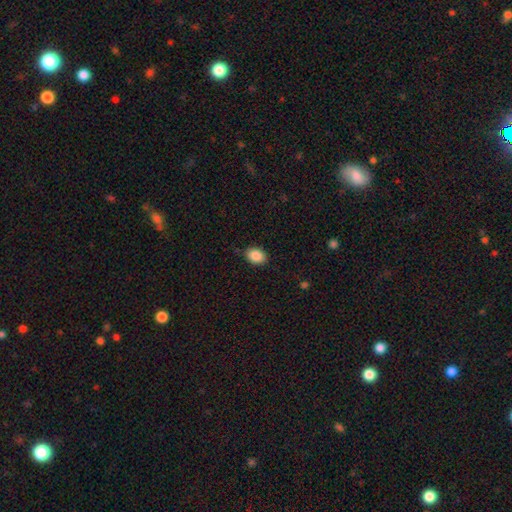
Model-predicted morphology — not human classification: Smooth or featured?
  - smooth: 88% *
  - star or artifact: 8%
  - featured or disk: 4%
How rounded?
  - in between: 72% *
  - round: 27%
  - cigar-shaped: 1%
Merging?
  - none: 85% *
  - minor disturbance: 11%
  - major disturbance: 2%
  - merger: 1%